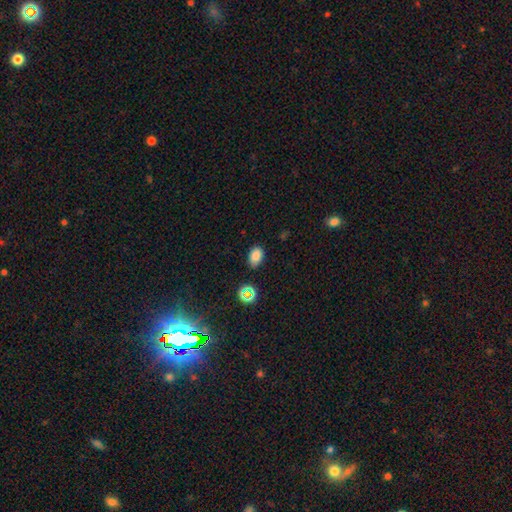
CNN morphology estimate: Smooth or featured?
  - smooth: 81% *
  - star or artifact: 14%
  - featured or disk: 5%
How rounded?
  - in between: 84% *
  - round: 15%
  - cigar-shaped: 1%
Merging?
  - none: 80% *
  - minor disturbance: 15%
  - major disturbance: 3%
  - merger: 2%